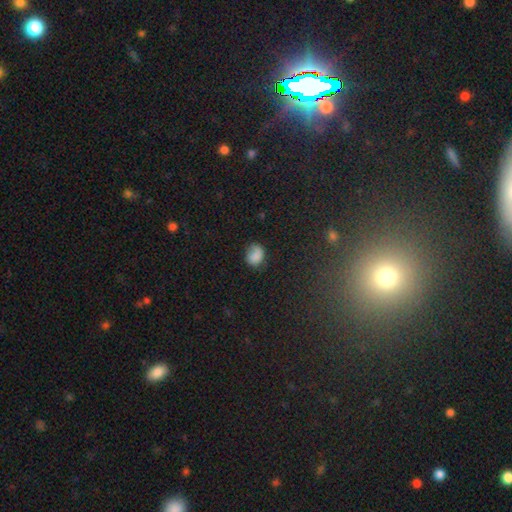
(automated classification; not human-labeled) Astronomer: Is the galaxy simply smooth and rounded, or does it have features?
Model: smooth — 77%.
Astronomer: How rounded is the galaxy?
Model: round — 54% (runner-up: in between, 45%).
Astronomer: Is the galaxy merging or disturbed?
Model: none — 58%.